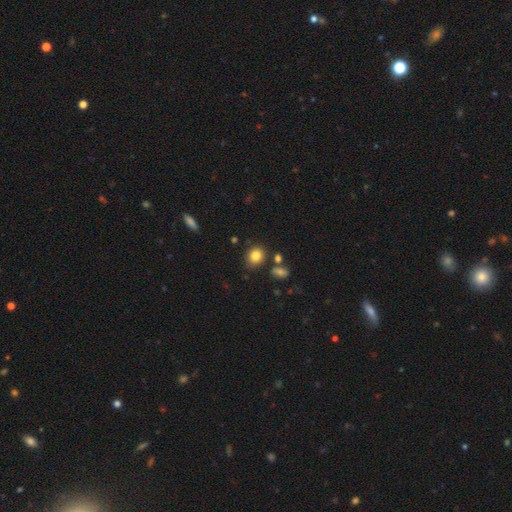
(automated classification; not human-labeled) smooth-or-featured: smooth: 83% | star or artifact: 10% | featured or disk: 6%
  how-rounded: round: 64% | in between: 35% | cigar-shaped: 1%
  merging: none: 77% | minor disturbance: 14% | merger: 6% | major disturbance: 3%